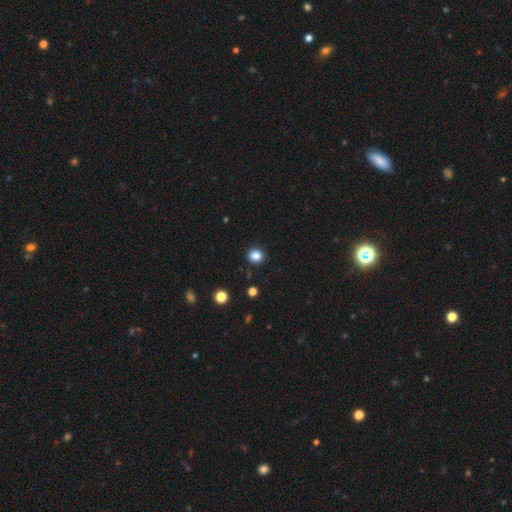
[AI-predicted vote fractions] smooth_or_featured: smooth (p=0.84) [alt: star or artifact p=0.12]
how_rounded: round (p=0.80) [alt: in between p=0.19]
merging: none (p=0.90) [alt: minor disturbance p=0.06]